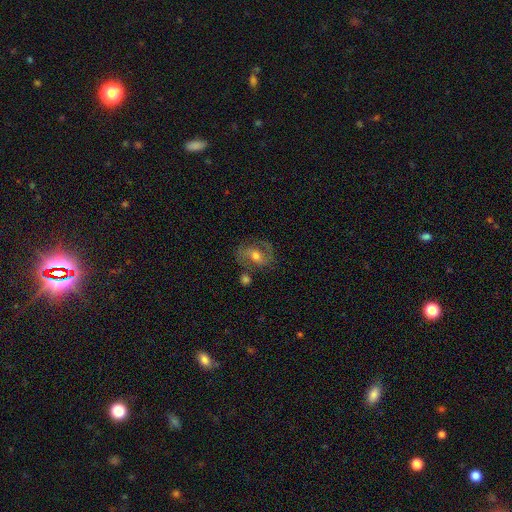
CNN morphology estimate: smooth_or_featured: featured or disk (p=0.70) [alt: smooth p=0.20]
disk_edge_on: no (p=0.96) [alt: yes p=0.04]
bar: weak (p=0.43) [alt: no p=0.40]
has_spiral_arms: yes (p=0.86) [alt: no p=0.14]
spiral_winding: medium (p=0.53) [alt: tight p=0.25]
spiral_arm_count: 2 (p=0.84) [alt: can't tell p=0.07]
bulge_size: moderate (p=0.68) [alt: small p=0.20]
merging: none (p=0.70) [alt: minor disturbance p=0.16]